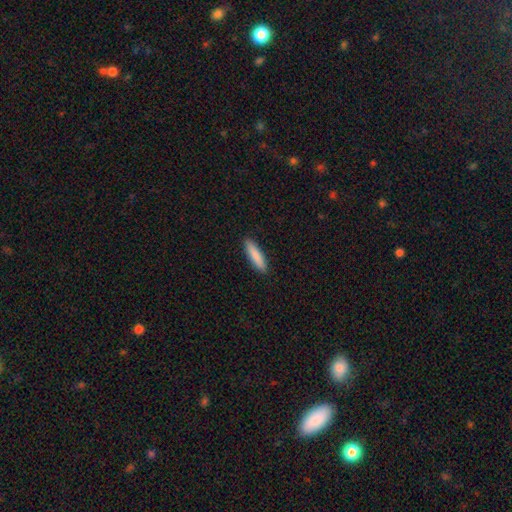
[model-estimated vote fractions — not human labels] Smooth or featured? Predicted: smooth (p=0.87). How rounded? Predicted: cigar-shaped (p=0.78). Merging? Predicted: none (p=0.91).